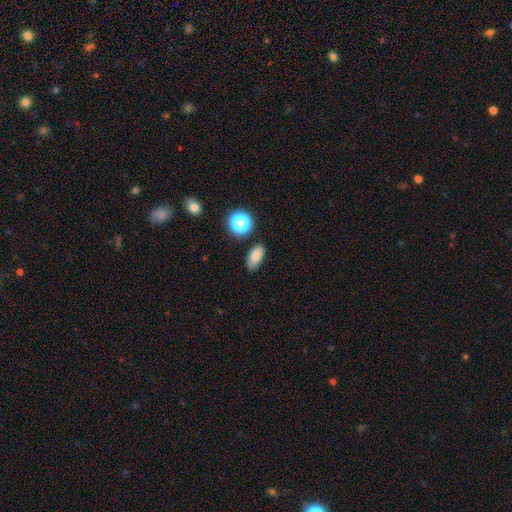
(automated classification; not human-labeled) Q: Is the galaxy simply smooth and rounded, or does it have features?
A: smooth — 79%.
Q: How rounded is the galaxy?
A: in between — 87%.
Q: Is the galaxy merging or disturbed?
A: none — 80%.